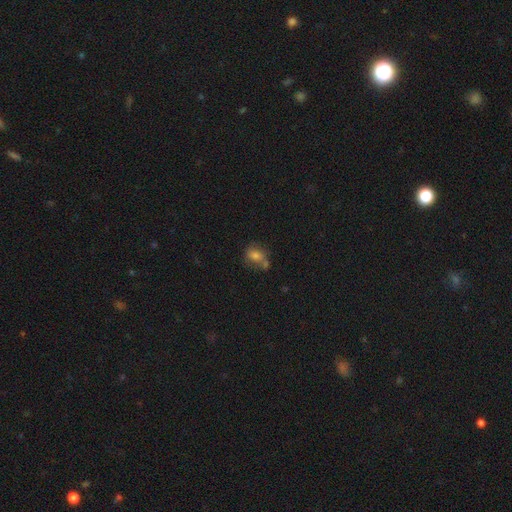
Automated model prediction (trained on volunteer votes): This appears to be a smooth galaxy with no disk features (66%) that is in between round and cigar-shaped (49%, tied with round). Merging: none (48%).